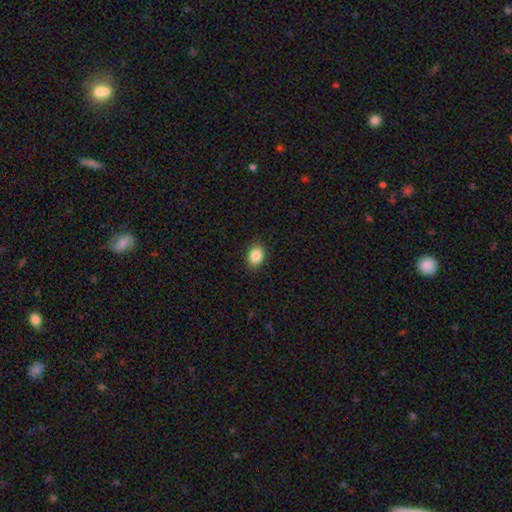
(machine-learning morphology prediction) smooth-or-featured: smooth: 86% | star or artifact: 9% | featured or disk: 5%
  how-rounded: in between: 68% | round: 30% | cigar-shaped: 1%
  merging: none: 88% | minor disturbance: 9% | major disturbance: 2% | merger: 1%